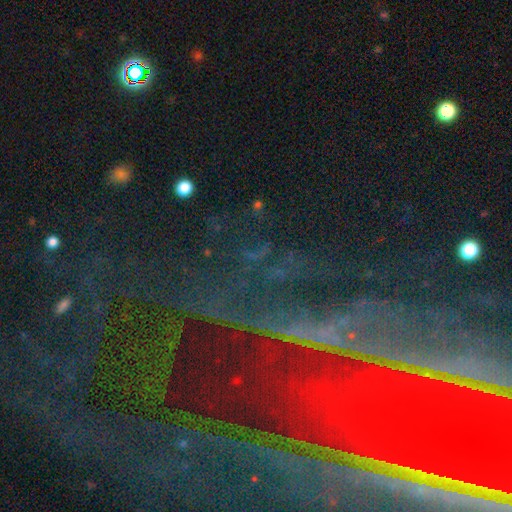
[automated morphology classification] Smooth or featured: star or artifact — 71% (featured or disk — 17%)